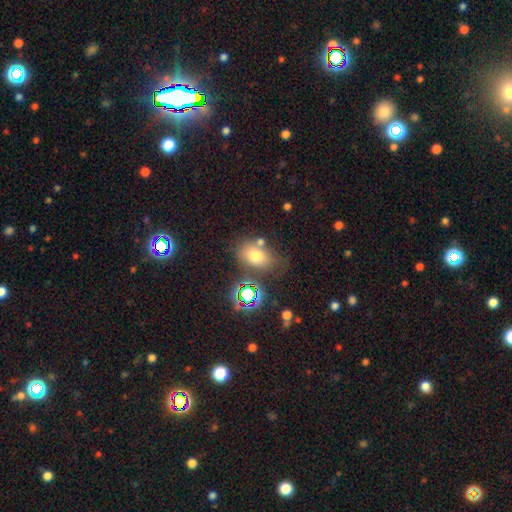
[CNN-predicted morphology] Smooth or featured? Predicted: smooth (p=0.69). How rounded? Predicted: in between (p=0.73). Merging? Predicted: none (p=0.61).